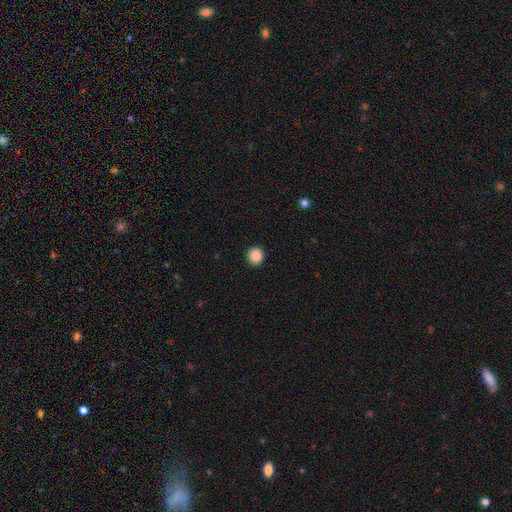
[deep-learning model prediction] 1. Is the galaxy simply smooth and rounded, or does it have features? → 89% smooth, 9% star or artifact, 2% featured or disk.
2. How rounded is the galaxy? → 93% round, 6% in between, 1% cigar-shaped.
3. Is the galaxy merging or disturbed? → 92% none, 5% minor disturbance, 2% major disturbance, 1% merger.